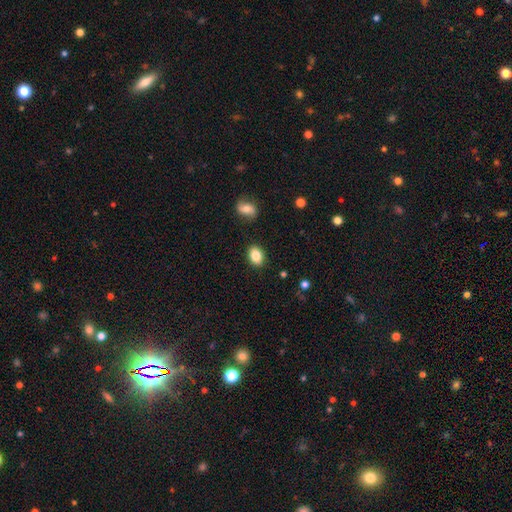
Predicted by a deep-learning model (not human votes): smooth-or-featured: smooth: 85% | star or artifact: 8% | featured or disk: 7%
  how-rounded: in between: 77% | round: 22% | cigar-shaped: 1%
  merging: none: 86% | minor disturbance: 9% | merger: 2% | major disturbance: 2%